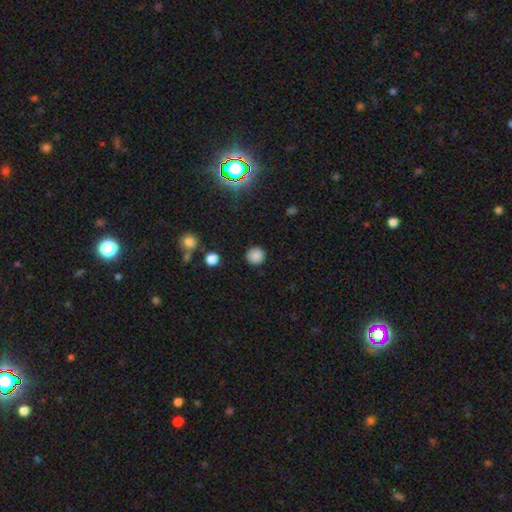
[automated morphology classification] Smooth or featured? Predicted: smooth (p=0.84). How rounded? Predicted: round (p=0.94). Merging? Predicted: none (p=0.89).